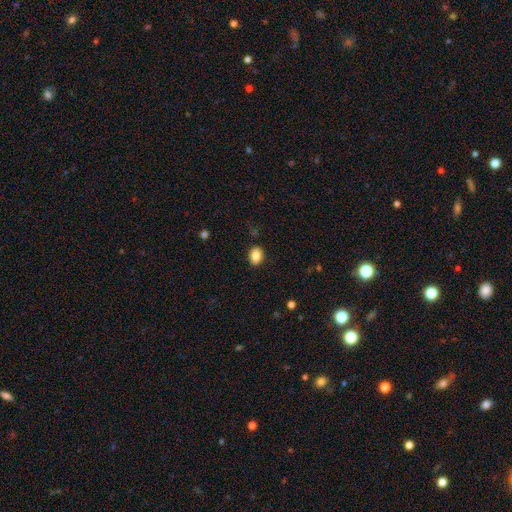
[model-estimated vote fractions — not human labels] The model was most divided on "how rounded": in between: 69%, round: 29%, cigar-shaped: 1%. More confident: merging — none (87%); smooth or featured — smooth (86%).